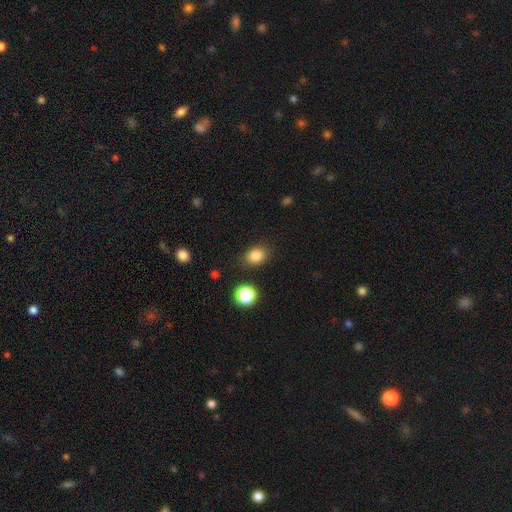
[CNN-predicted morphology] Q: Smooth or featured?
A: smooth (83%); runner-up: star or artifact (12%)
Q: How rounded?
A: in between (60%); runner-up: round (39%)
Q: Merging?
A: none (82%); runner-up: minor disturbance (12%)